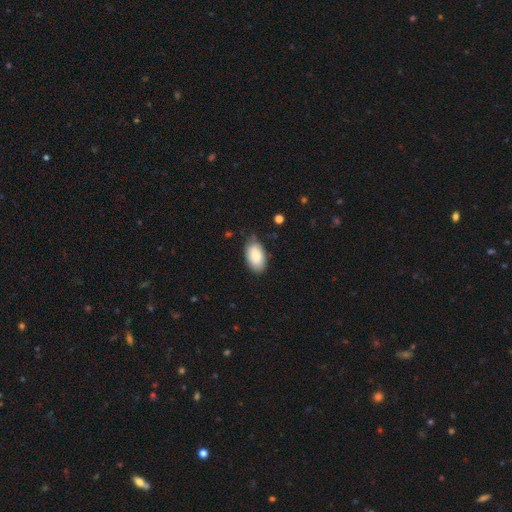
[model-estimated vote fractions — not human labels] Morphology: type=smooth (83%); roundness=in between (94%); merging=none (73%).